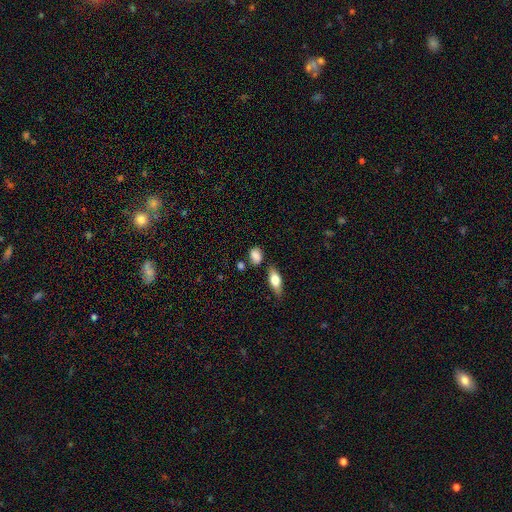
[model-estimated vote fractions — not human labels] This appears to be a smooth galaxy with no disk features (82%) that is in between round and cigar-shaped (64%). Merging: none (66%).